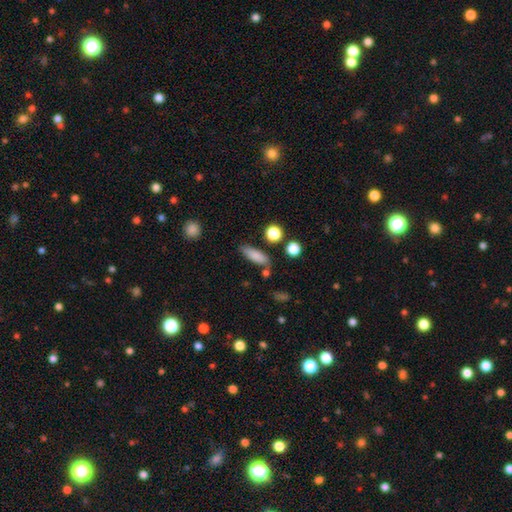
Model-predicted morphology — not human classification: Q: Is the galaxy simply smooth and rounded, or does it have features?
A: smooth — 83%.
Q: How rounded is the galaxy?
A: in between — 58%.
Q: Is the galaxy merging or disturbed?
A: none — 75%.